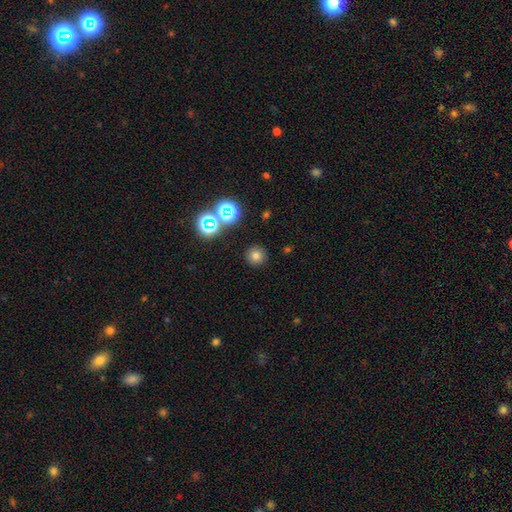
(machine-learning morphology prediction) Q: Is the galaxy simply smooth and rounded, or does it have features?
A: smooth — 71%.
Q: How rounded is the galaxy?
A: round — 95%.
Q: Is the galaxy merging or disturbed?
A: none — 89%.